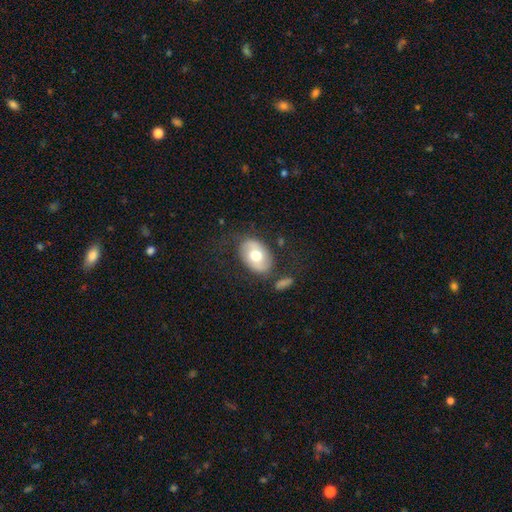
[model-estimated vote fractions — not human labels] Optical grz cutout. It shows a smooth galaxy with no disk features (59%) that is in between round and cigar-shaped (83%). Merging: none (71%).